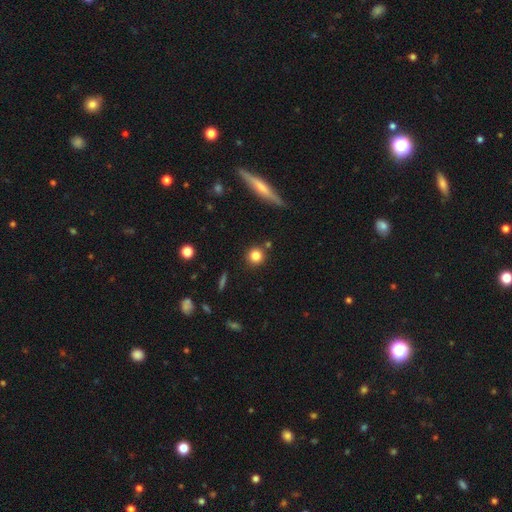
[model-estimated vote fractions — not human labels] smooth 82%, star or artifact 10%, featured or disk 7%. Down the decision tree: how rounded — round (91%); merging — none (85%).